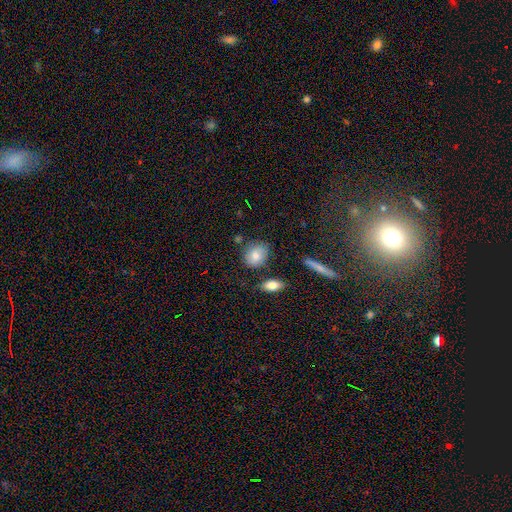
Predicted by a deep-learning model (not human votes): Overall: smooth (78%). How rounded: round (52%; in between 45%). Merging: none (73%).